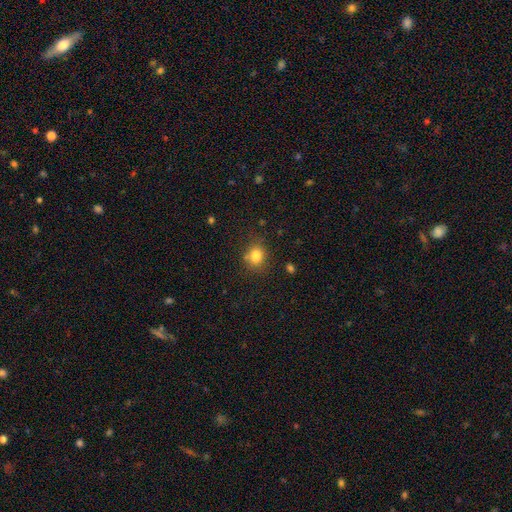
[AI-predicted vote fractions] smooth-or-featured: smooth: 81% | star or artifact: 12% | featured or disk: 7%
  how-rounded: round: 74% | in between: 25% | cigar-shaped: 1%
  merging: none: 74% | minor disturbance: 14% | merger: 7% | major disturbance: 4%